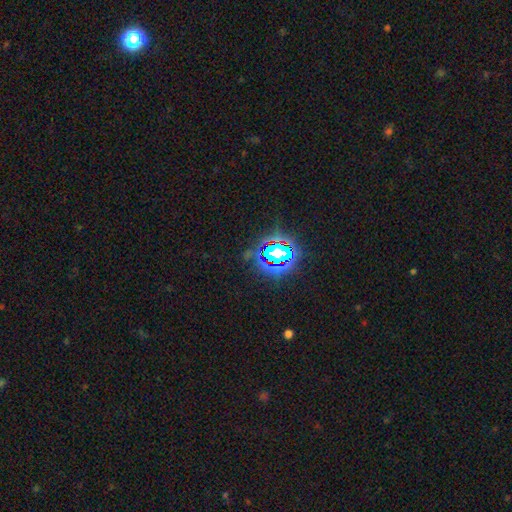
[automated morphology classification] This appears to be a star or artifact, not a galaxy (80%).